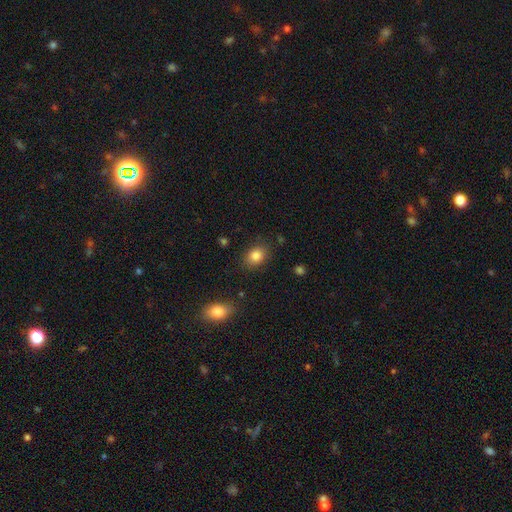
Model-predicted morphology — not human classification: Smooth or featured? smooth (84%)
How rounded? in between (63%)
Merging? none (83%)